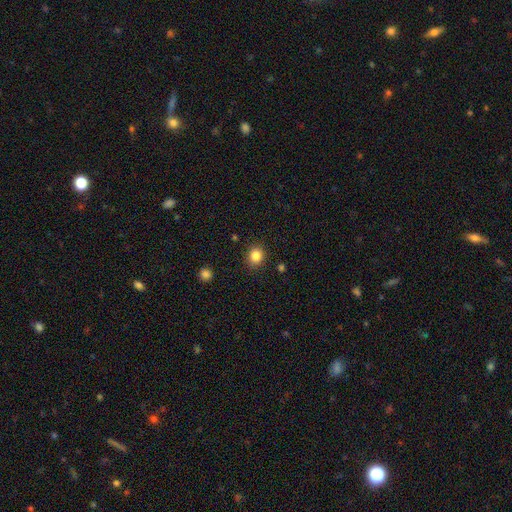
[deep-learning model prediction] The model was most divided on "how rounded": round: 73%, in between: 26%, cigar-shaped: 1%. More confident: merging — none (88%); smooth or featured — smooth (85%).